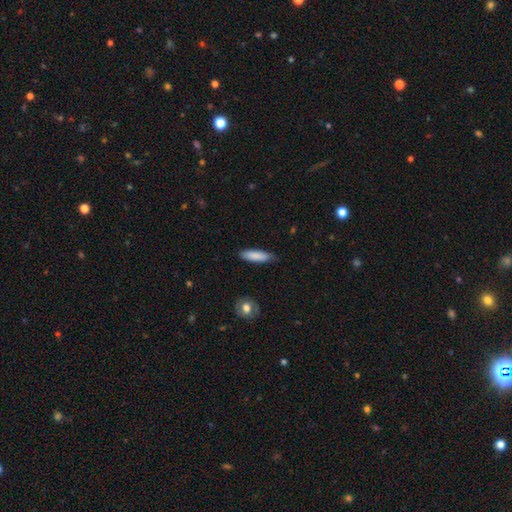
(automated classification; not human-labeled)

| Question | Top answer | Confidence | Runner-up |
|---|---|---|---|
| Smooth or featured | smooth | 85% | featured or disk (9%) |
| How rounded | cigar-shaped | 62% | in between (37%) |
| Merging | none | 81% | minor disturbance (15%) |